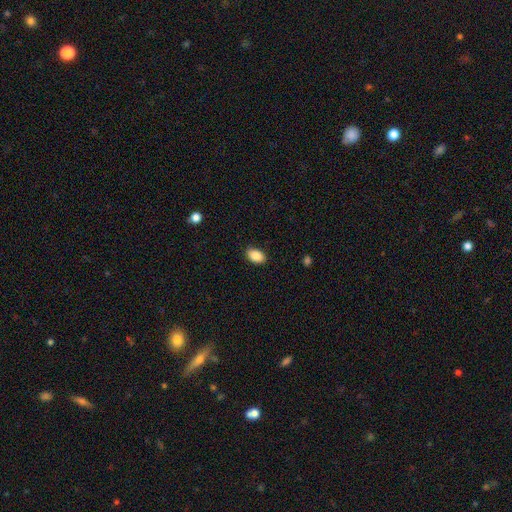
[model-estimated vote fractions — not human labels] Smooth or featured? Predicted: smooth (p=0.87). How rounded? Predicted: in between (p=0.90). Merging? Predicted: none (p=0.87).